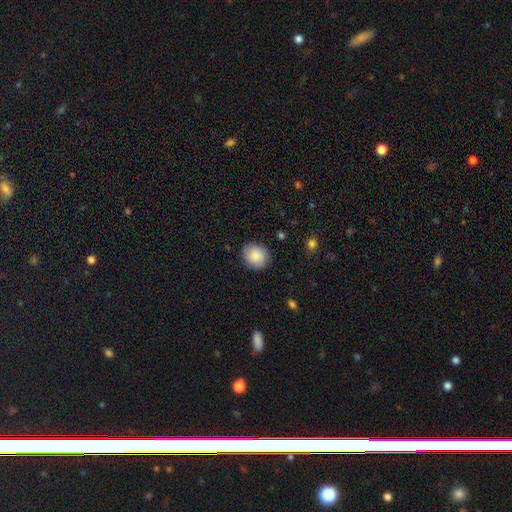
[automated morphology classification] The model was most divided on "how rounded": round: 81%, in between: 18%, cigar-shaped: 1%. More confident: merging — none (87%); smooth or featured — smooth (83%).